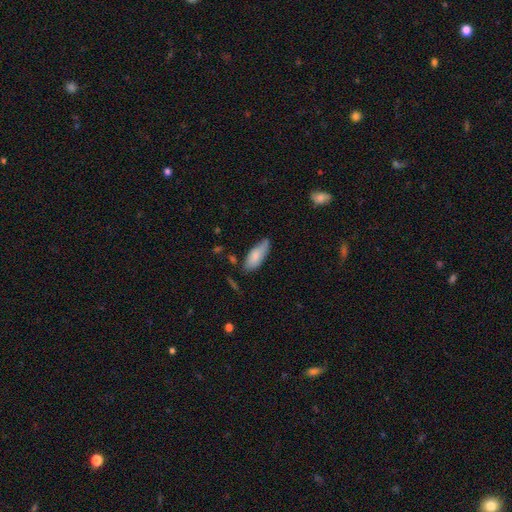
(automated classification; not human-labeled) Morphology: type=smooth (82%); roundness=in between (76%); merging=none (59%).